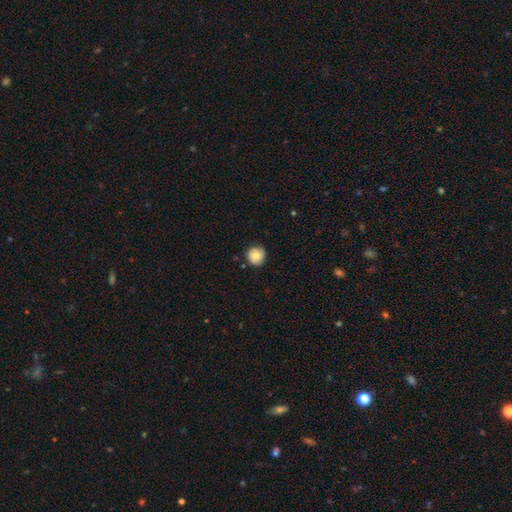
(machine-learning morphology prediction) Smooth or featured? Predicted: smooth (p=0.75). How rounded? Predicted: round (p=0.92). Merging? Predicted: none (p=0.79).